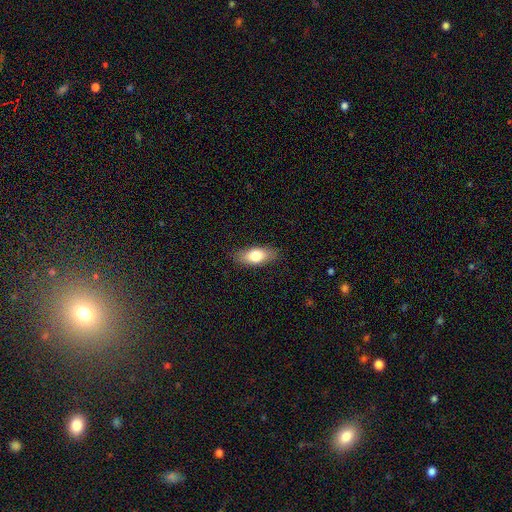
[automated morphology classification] smooth-or-featured: smooth: 75% | featured or disk: 18% | star or artifact: 7%
  how-rounded: in between: 81% | cigar-shaped: 16% | round: 4%
  merging: none: 86% | minor disturbance: 11% | major disturbance: 3% | merger: 1%